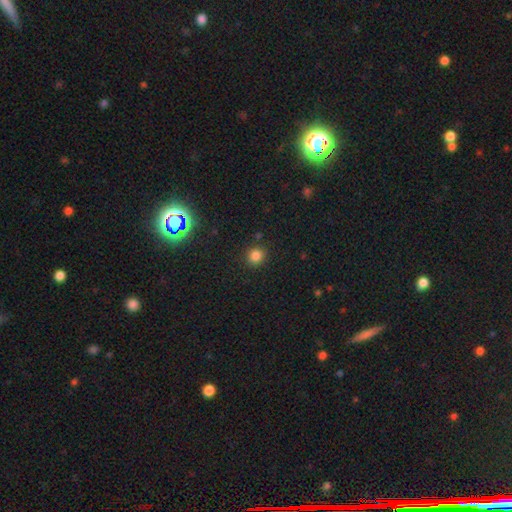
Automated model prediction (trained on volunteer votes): The model was most divided on "smooth or featured": smooth: 80%, star or artifact: 15%, featured or disk: 5%. More confident: how rounded — round (88%); merging — none (88%).